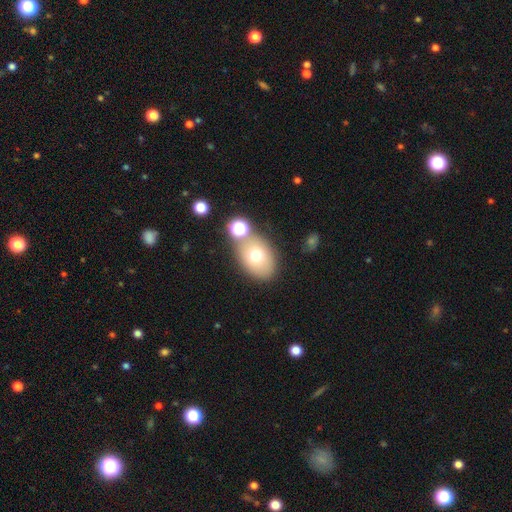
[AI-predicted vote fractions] smooth-or-featured: smooth: 69% | featured or disk: 19% | star or artifact: 12%
  how-rounded: in between: 71% | round: 28% | cigar-shaped: 1%
  merging: none: 71% | merger: 12% | minor disturbance: 12% | major disturbance: 4%